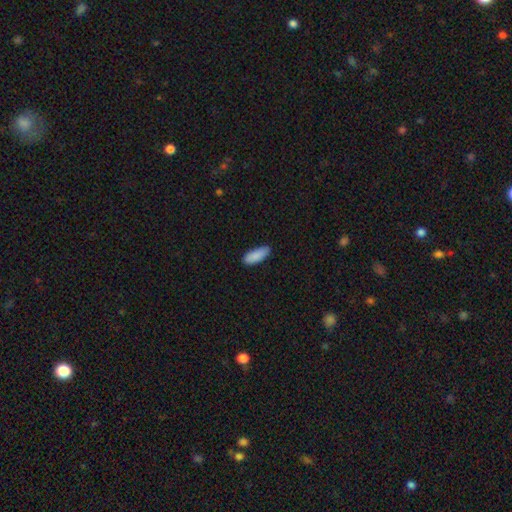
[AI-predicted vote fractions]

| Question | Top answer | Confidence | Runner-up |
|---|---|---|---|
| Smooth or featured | smooth | 90% | star or artifact (6%) |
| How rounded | in between | 72% | cigar-shaped (27%) |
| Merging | none | 85% | minor disturbance (12%) |